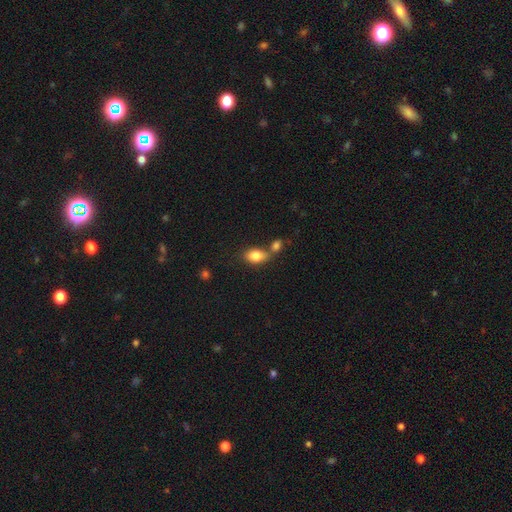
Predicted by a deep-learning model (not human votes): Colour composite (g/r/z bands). It shows a smooth galaxy with no disk features (83%) that is in between round and cigar-shaped (84%). Merging: none (43%).